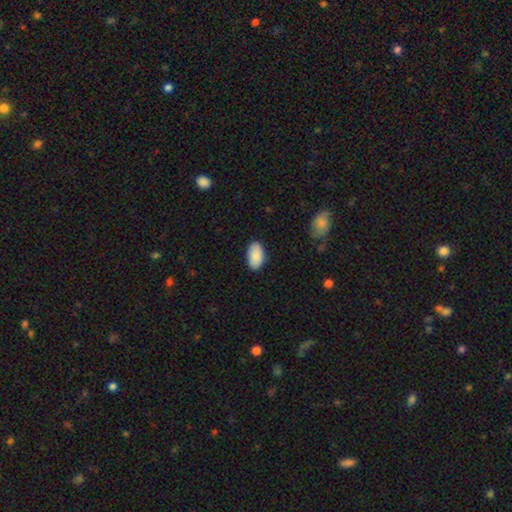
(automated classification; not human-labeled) smooth_or_featured: smooth (p=0.90) [alt: star or artifact p=0.06]
how_rounded: in between (p=0.95) [alt: round p=0.03]
merging: none (p=0.88) [alt: minor disturbance p=0.09]